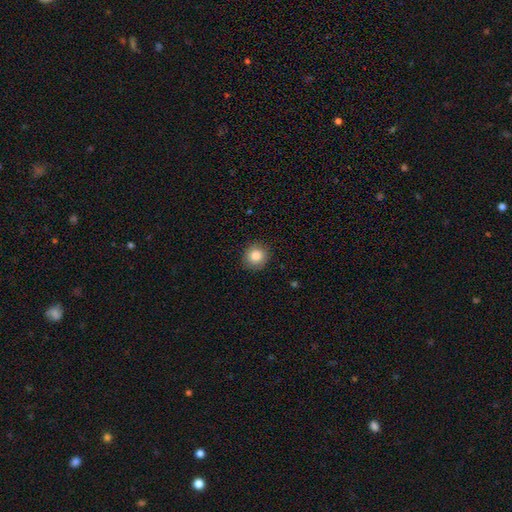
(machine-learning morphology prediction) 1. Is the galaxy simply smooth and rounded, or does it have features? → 84% smooth, 9% star or artifact, 7% featured or disk.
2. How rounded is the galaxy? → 88% round, 11% in between, 1% cigar-shaped.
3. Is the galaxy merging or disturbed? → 89% none, 8% minor disturbance, 2% major disturbance, 1% merger.